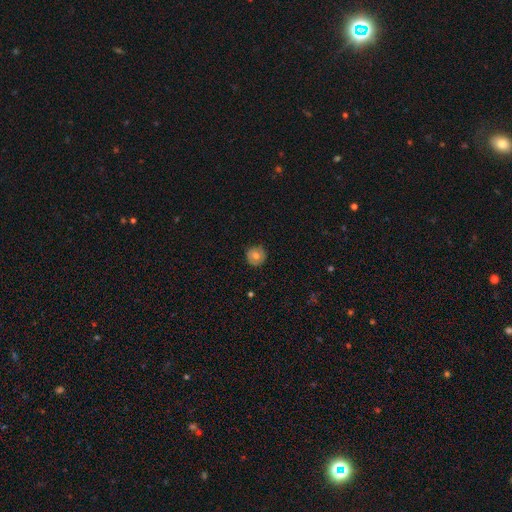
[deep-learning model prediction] Q: Smooth or featured?
A: smooth (71%); runner-up: featured or disk (21%)
Q: How rounded?
A: round (94%); runner-up: in between (5%)
Q: Merging?
A: none (87%); runner-up: minor disturbance (10%)